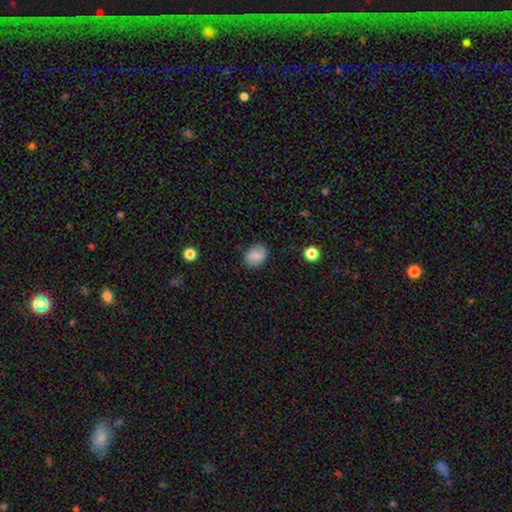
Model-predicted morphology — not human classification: smooth 71%, featured or disk 20%, star or artifact 9%. Down the decision tree: how rounded — in between (53%); merging — none (81%).